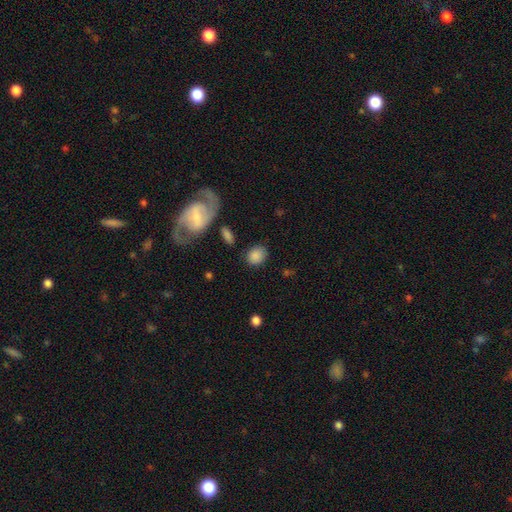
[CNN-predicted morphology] Smooth or featured: smooth — 84% (featured or disk — 8%)
How rounded: round — 51% (in between — 48%)
Merging: none — 77% (minor disturbance — 14%)